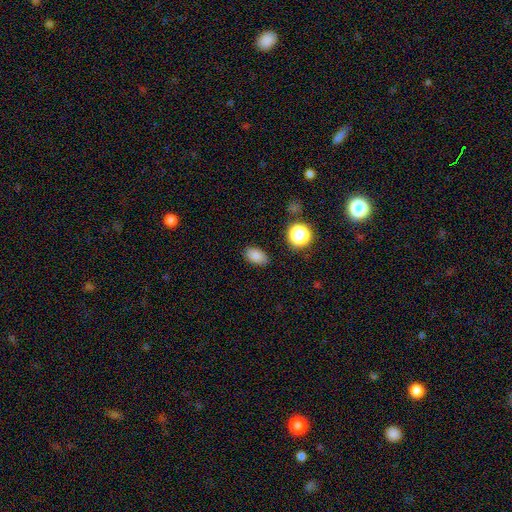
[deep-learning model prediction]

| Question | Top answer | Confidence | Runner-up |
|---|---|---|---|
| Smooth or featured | smooth | 83% | star or artifact (12%) |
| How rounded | in between | 86% | round (12%) |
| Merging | none | 83% | minor disturbance (13%) |